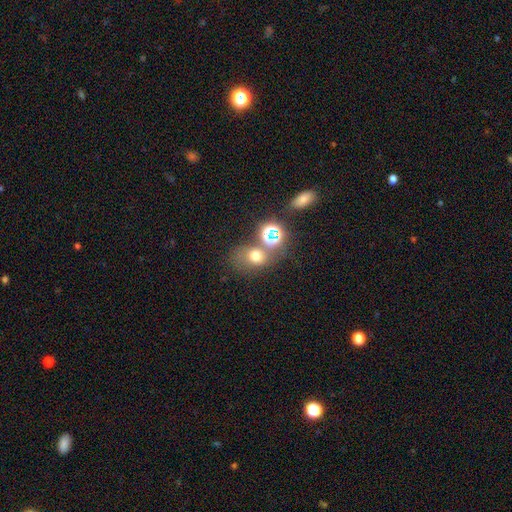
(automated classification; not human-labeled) Morphology: type=smooth (63%); roundness=round (53%); merging=none (49%).